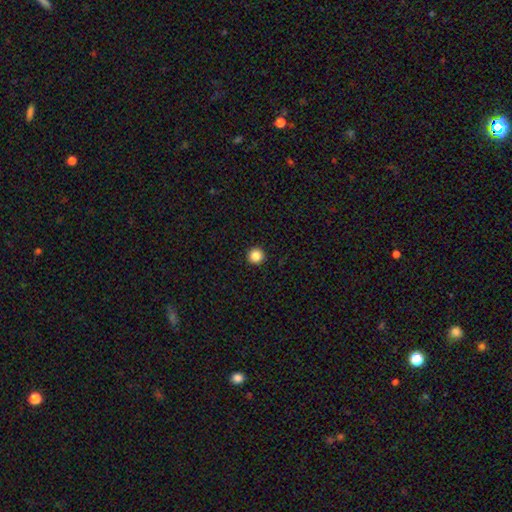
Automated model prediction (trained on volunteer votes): smooth-or-featured: smooth: 86% | star or artifact: 11% | featured or disk: 4%
  how-rounded: round: 96% | in between: 3% | cigar-shaped: 1%
  merging: none: 94% | minor disturbance: 4% | major disturbance: 1% | merger: 1%